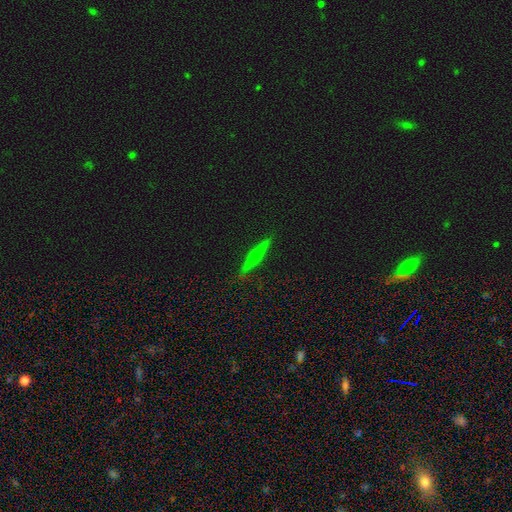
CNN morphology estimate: This is likely a featured or disk galaxy (62%). It is clearly viewed edge-on (97%). Edge-on bulge: clearly rounded (83%). Merging: clearly none (89%).